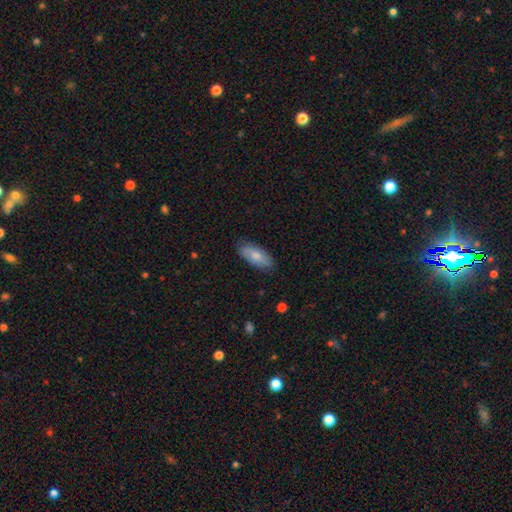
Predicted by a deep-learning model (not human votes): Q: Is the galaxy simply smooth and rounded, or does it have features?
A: smooth — 72%.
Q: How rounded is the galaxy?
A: in between — 85%.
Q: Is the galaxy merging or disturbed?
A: none — 80%.